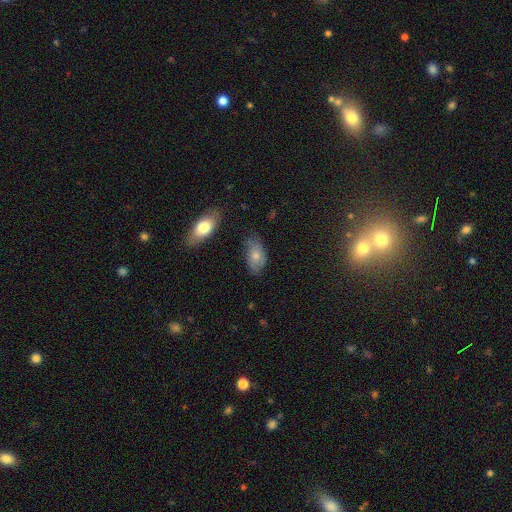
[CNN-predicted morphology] smooth 71%, featured or disk 21%, star or artifact 8%. Down the decision tree: how rounded — in between (92%); merging — none (63%).